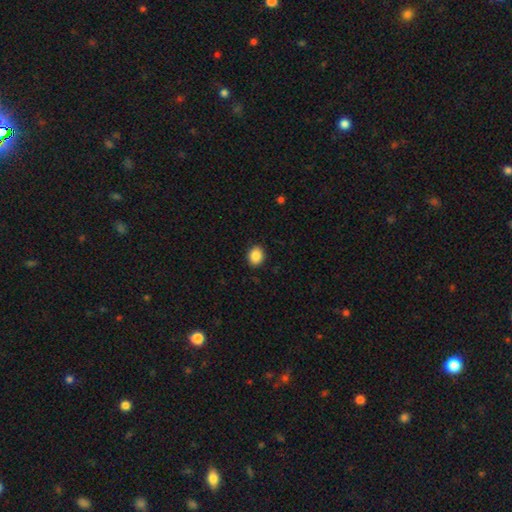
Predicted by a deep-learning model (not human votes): Smooth or featured: smooth — 88% (star or artifact — 8%)
How rounded: round — 55% (in between — 44%)
Merging: none — 90% (minor disturbance — 7%)